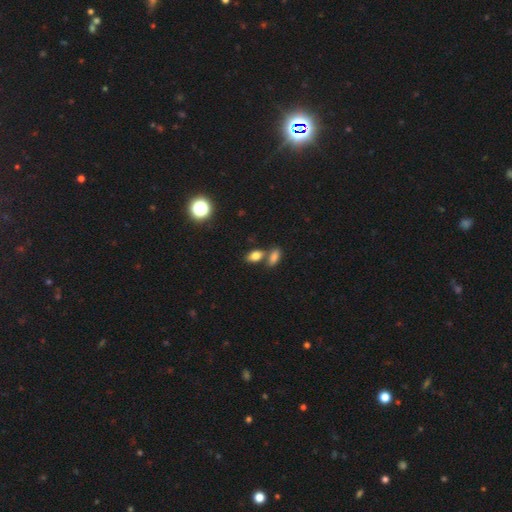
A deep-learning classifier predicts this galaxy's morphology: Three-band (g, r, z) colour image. It shows a smooth galaxy with no disk features (79%) that is in between round and cigar-shaped (86%). Merging: none (54%).